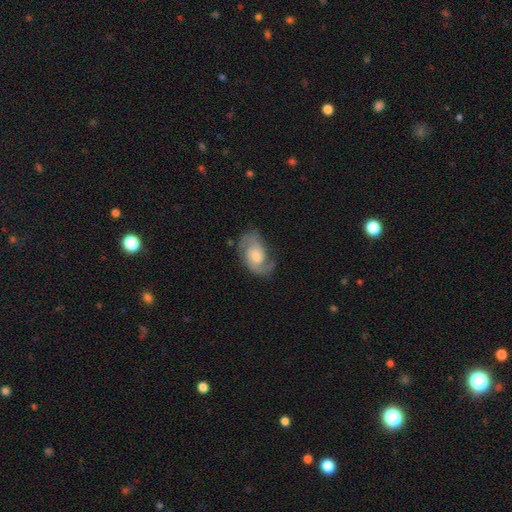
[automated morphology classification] This is clearly a featured or disk galaxy (81%). It is clearly not viewed edge-on (97%). Bar: possibly no (54%). Spiral arm pattern: clearly yes (95%). Spiral arm count: clearly 2 (86%). Spiral winding: possibly medium (51%). Central bulge: marginally moderate (40%). Merging: likely none (69%).